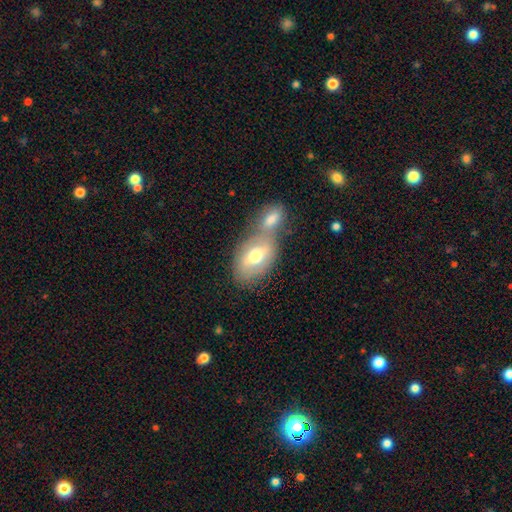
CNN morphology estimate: smooth 61%, featured or disk 32%, star or artifact 6%. Down the decision tree: how rounded — in between (89%); merging — merger (53%).